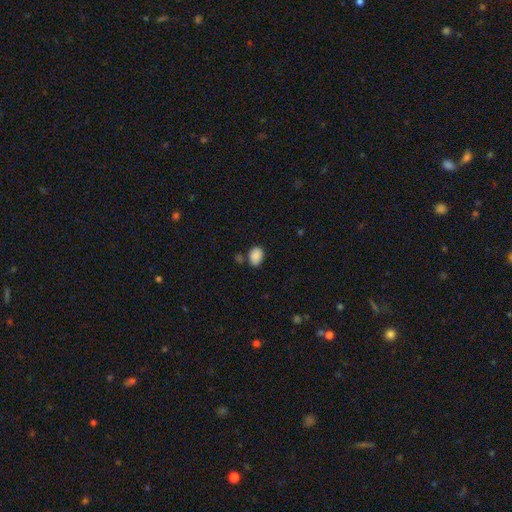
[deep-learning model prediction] A smooth galaxy with no disk features (88%) that is in between round and cigar-shaped (74%). Merging: none (74%).